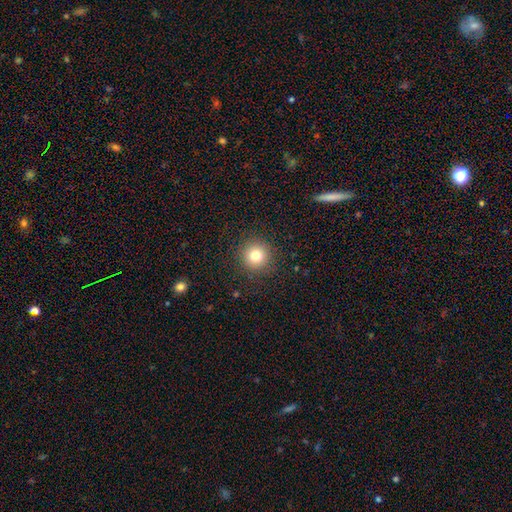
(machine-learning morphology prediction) Smooth or featured? smooth (80%)
How rounded? round (95%)
Merging? none (91%)